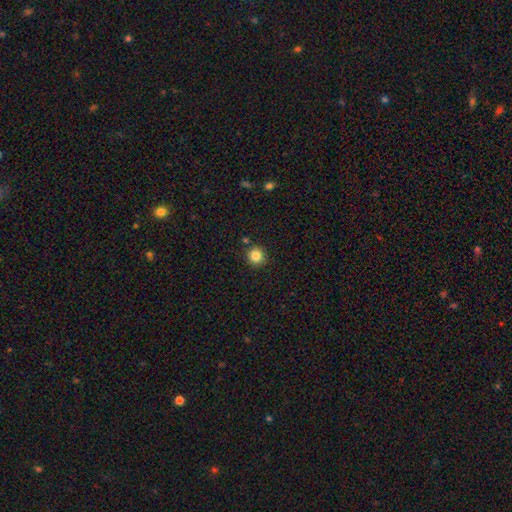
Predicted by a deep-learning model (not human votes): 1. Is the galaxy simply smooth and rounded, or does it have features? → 84% smooth, 11% star or artifact, 5% featured or disk.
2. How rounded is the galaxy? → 94% round, 5% in between, 1% cigar-shaped.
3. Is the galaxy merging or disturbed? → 88% none, 7% minor disturbance, 3% merger, 2% major disturbance.